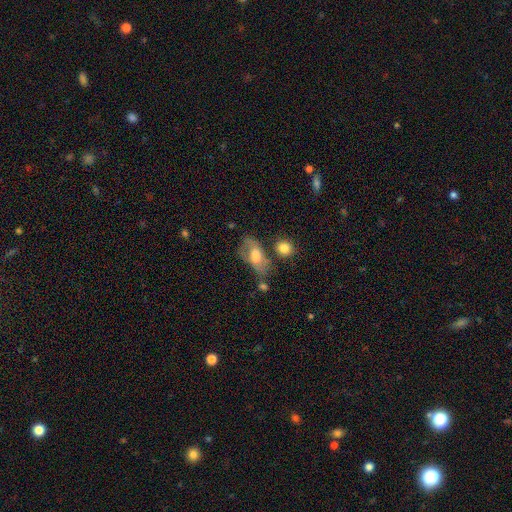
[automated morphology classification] Q: Smooth or featured?
A: smooth (51%); runner-up: featured or disk (41%)
Q: How rounded?
A: in between (85%); runner-up: round (8%)
Q: Merging?
A: none (44%); runner-up: minor disturbance (25%)